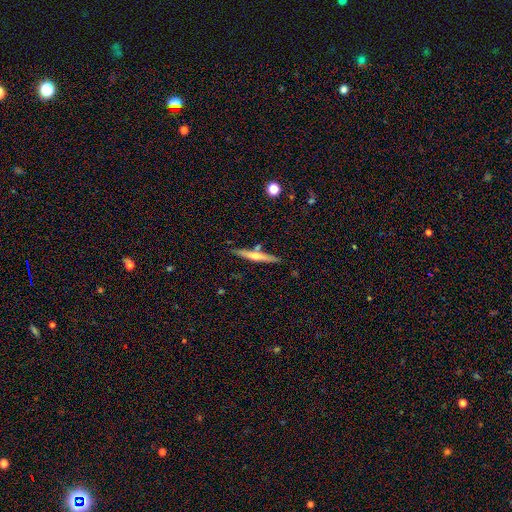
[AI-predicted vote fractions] The model was most divided on "smooth or featured": featured or disk: 53%, smooth: 41%, star or artifact: 6%. More confident: edge-on disk — yes (95%); merging — none (81%).